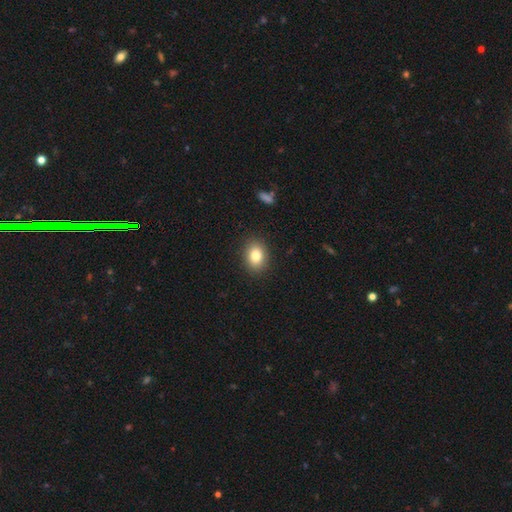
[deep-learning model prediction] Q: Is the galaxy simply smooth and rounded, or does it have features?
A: smooth — 82%.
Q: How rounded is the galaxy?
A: in between — 64%.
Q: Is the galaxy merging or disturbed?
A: none — 89%.